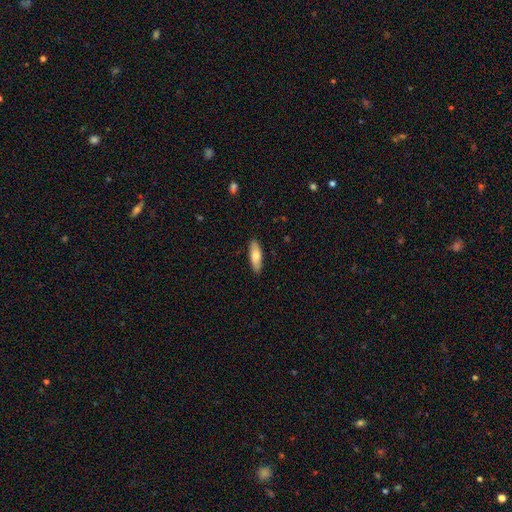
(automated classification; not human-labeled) This appears to be a smooth galaxy with no disk features (76%) that is in between round and cigar-shaped (61%). Merging: none (89%).